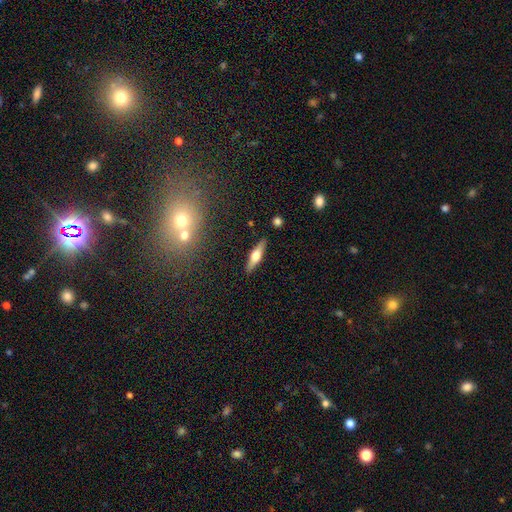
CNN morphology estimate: Smooth or featured?
  - featured or disk: 50% *
  - smooth: 44%
  - star or artifact: 7%
Merging?
  - none: 89% *
  - minor disturbance: 8%
  - major disturbance: 2%
  - merger: 2%